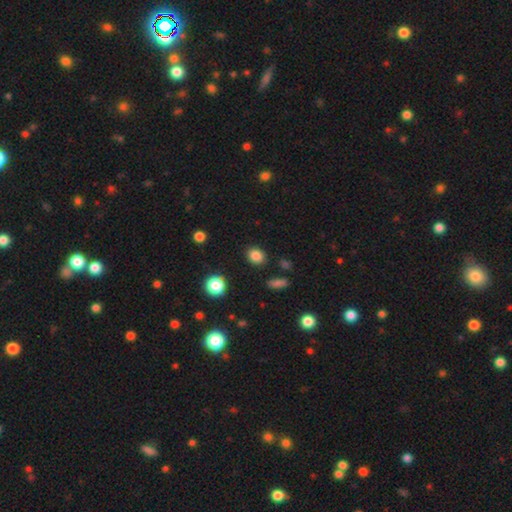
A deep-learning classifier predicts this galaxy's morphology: Smooth or featured: smooth — 84% (star or artifact — 12%)
How rounded: round — 58% (in between — 41%)
Merging: none — 87% (minor disturbance — 8%)